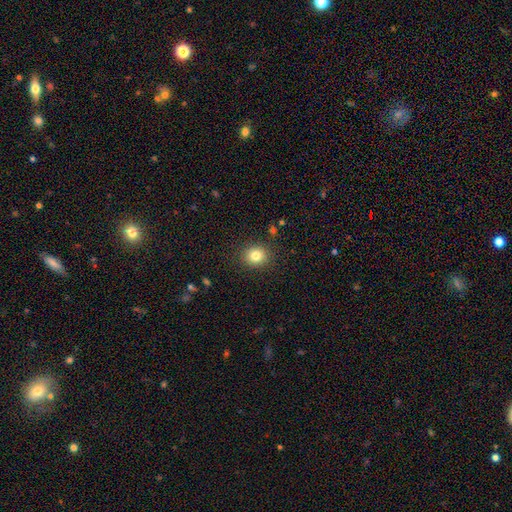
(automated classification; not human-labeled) Smooth or featured? smooth (82%)
How rounded? round (77%)
Merging? none (88%)